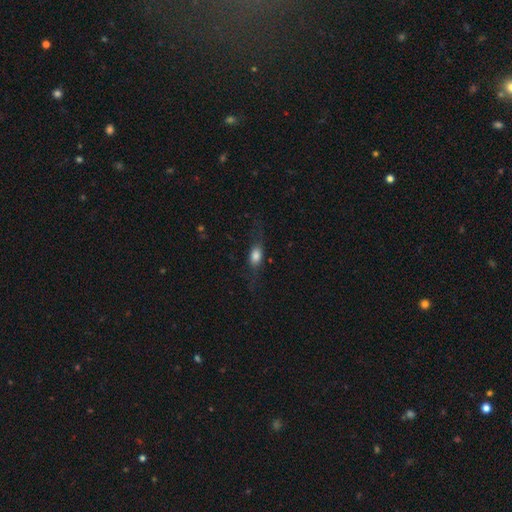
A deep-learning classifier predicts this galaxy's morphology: smooth_or_featured: smooth (p=0.66) [alt: featured or disk p=0.25]
how_rounded: in between (p=0.67) [alt: cigar-shaped p=0.21]
merging: none (p=0.62) [alt: minor disturbance p=0.20]